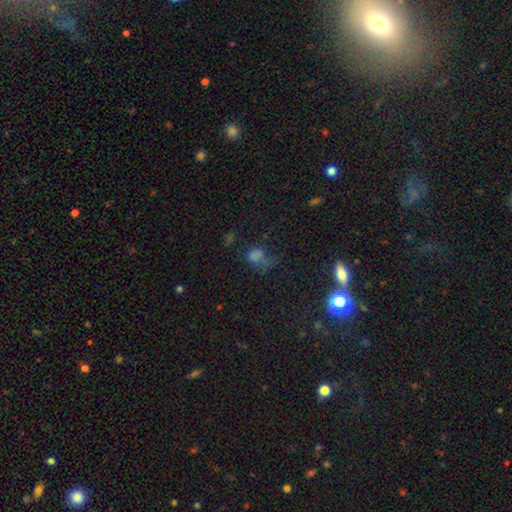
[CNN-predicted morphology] smooth 59%, star or artifact 28%, featured or disk 13%. Down the decision tree: how rounded — round (49%); merging — none (40%).